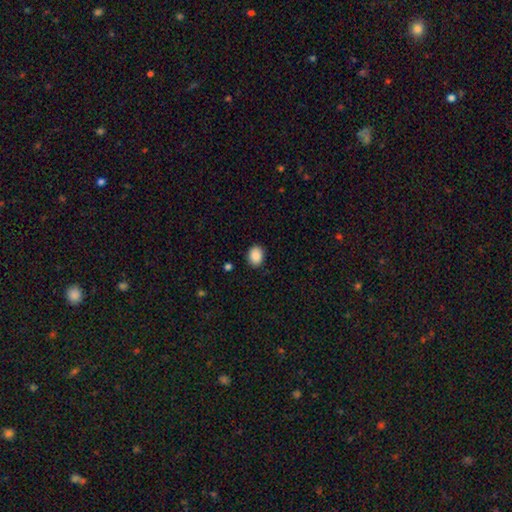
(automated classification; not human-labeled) Q: Smooth or featured?
A: smooth (88%); runner-up: star or artifact (8%)
Q: How rounded?
A: in between (52%); runner-up: round (47%)
Q: Merging?
A: none (89%); runner-up: minor disturbance (8%)